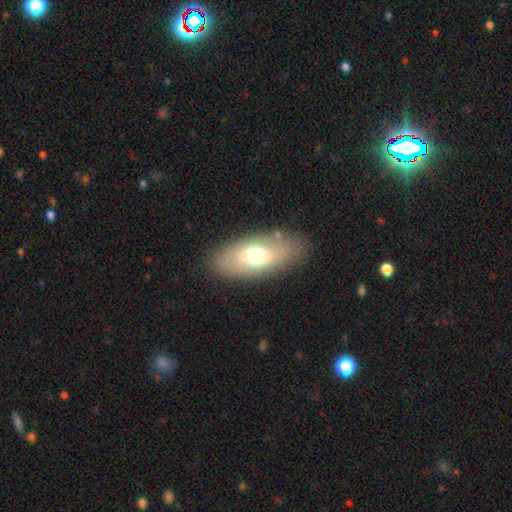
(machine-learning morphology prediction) smooth_or_featured: smooth (p=0.59) [alt: featured or disk p=0.34]
how_rounded: in between (p=0.88) [alt: cigar-shaped p=0.09]
merging: none (p=0.83) [alt: minor disturbance p=0.11]